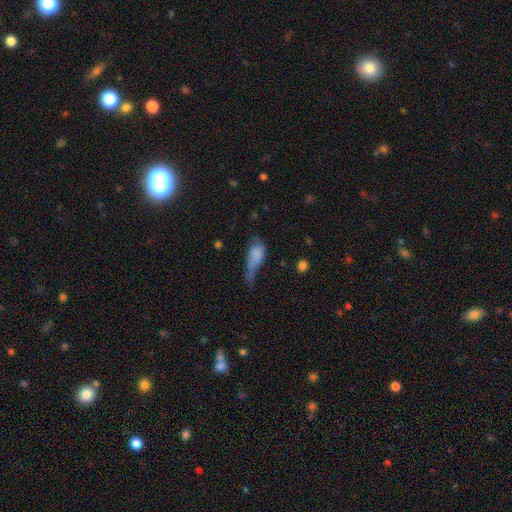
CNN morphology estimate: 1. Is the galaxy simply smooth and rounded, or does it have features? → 74% smooth, 16% featured or disk, 9% star or artifact.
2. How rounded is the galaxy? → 82% in between, 12% cigar-shaped, 6% round.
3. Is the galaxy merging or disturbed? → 45% major disturbance, 29% minor disturbance, 17% none, 9% merger.